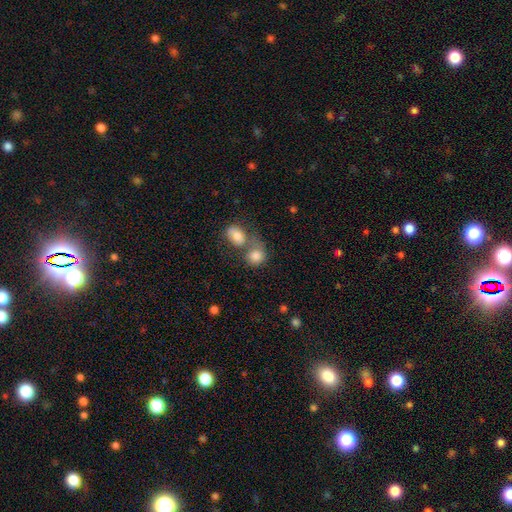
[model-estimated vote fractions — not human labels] Morphology: type=smooth (82%); roundness=round (66%); merging=merger (53%).